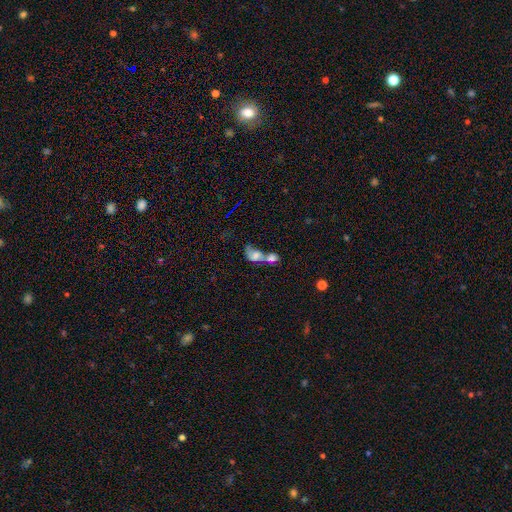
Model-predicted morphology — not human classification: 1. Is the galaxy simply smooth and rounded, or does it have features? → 59% smooth, 29% featured or disk, 13% star or artifact.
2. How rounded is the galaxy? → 72% in between, 23% round, 5% cigar-shaped.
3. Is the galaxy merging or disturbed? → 73% merger, 11% none, 9% major disturbance, 6% minor disturbance.